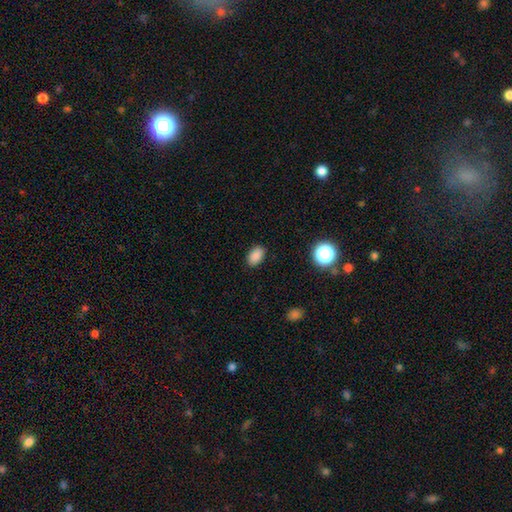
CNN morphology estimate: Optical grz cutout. It shows a smooth galaxy with no disk features (86%) that is in between round and cigar-shaped (88%). Merging: none (88%).